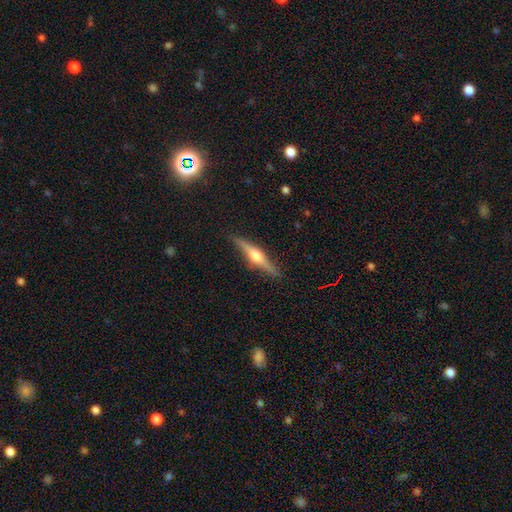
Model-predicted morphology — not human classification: smooth-or-featured: featured or disk: 74% | smooth: 20% | star or artifact: 6%
  disk-edge-on: yes: 97% | no: 3%
    edge-on-bulge: rounded: 95% | boxy: 3% | none: 2%
  merging: none: 88% | minor disturbance: 9% | major disturbance: 2% | merger: 1%